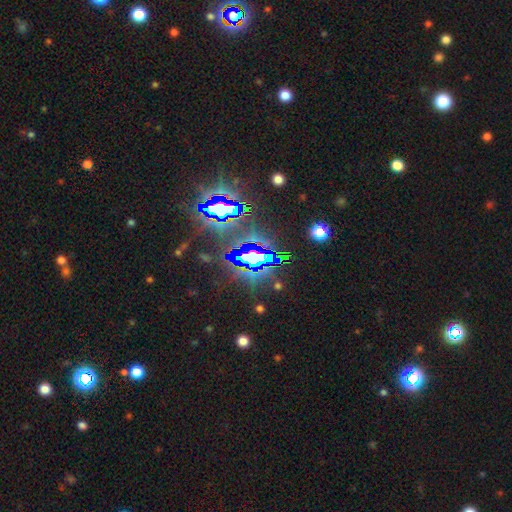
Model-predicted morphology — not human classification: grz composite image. It shows a star or artifact, not a galaxy (77%).